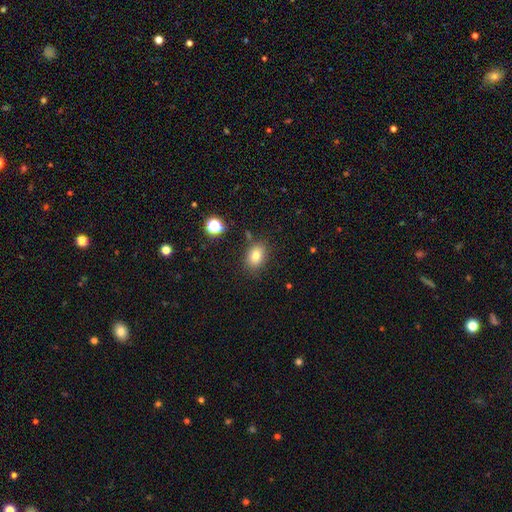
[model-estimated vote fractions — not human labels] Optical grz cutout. It shows a smooth galaxy with no disk features (80%) that is in between round and cigar-shaped (73%). Merging: none (81%).